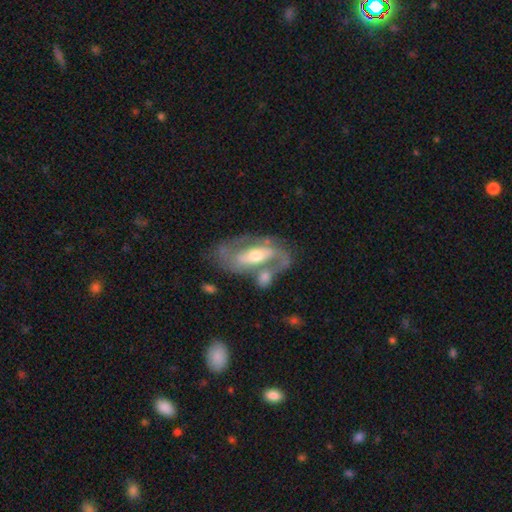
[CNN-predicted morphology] This is likely a featured or disk galaxy (80%). It is clearly not viewed edge-on (91%). Bar: marginally strong (45%). Spiral arm pattern: clearly yes (81%). Spiral arm count: likely 2 (79%). Spiral winding: possibly medium (46%). Central bulge: likely moderate (64%). Merging: possibly none (51%).